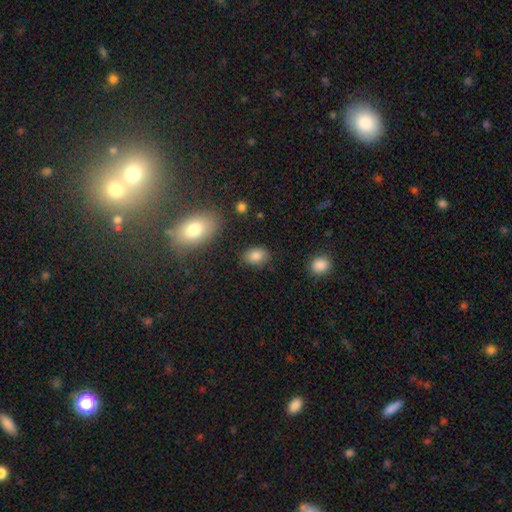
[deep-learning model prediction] Morphology: type=smooth (84%); roundness=in between (75%); merging=none (82%).